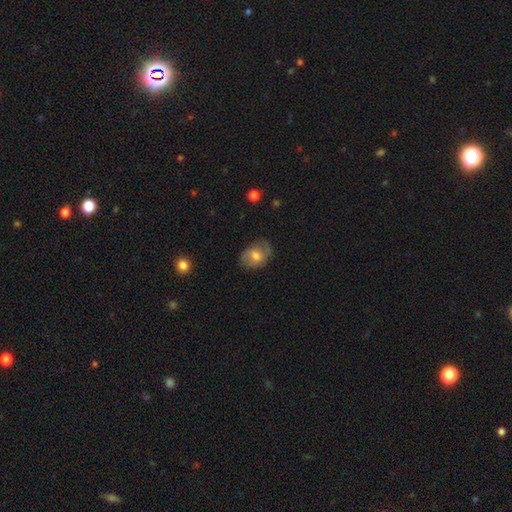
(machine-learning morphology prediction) Smooth or featured? Predicted: smooth (p=0.57). How rounded? Predicted: in between (p=0.75). Merging? Predicted: none (p=0.64).